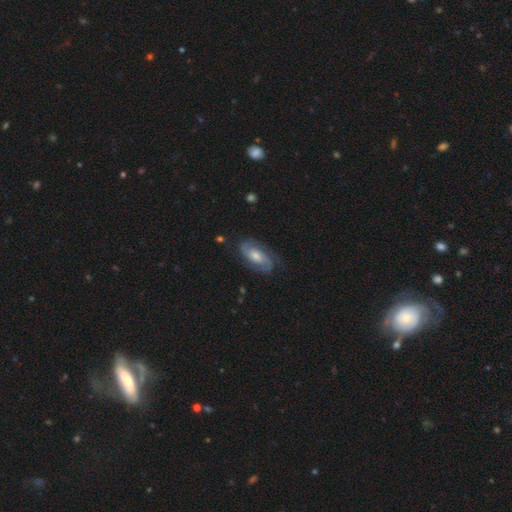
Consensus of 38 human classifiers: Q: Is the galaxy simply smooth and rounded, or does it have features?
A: featured or disk — 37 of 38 (97%).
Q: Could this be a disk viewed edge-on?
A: no — 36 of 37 (97%).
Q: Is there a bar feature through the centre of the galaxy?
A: no — 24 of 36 (67%).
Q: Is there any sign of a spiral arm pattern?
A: yes — 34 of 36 (94%).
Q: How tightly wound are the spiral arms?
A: medium — 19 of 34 (56%).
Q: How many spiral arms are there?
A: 2 — 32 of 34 (94%).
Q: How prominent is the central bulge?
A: moderate — 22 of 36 (61%).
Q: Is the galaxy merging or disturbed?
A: none — 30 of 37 (81%).